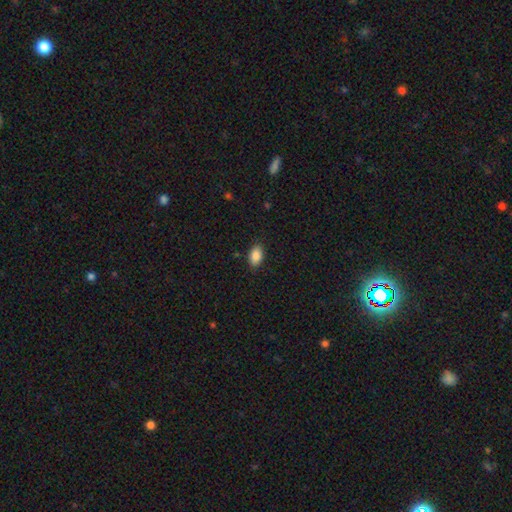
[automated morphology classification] The model was most divided on "merging": none: 87%, minor disturbance: 10%, major disturbance: 2%, merger: 1%. More confident: how rounded — in between (92%); smooth or featured — smooth (88%).